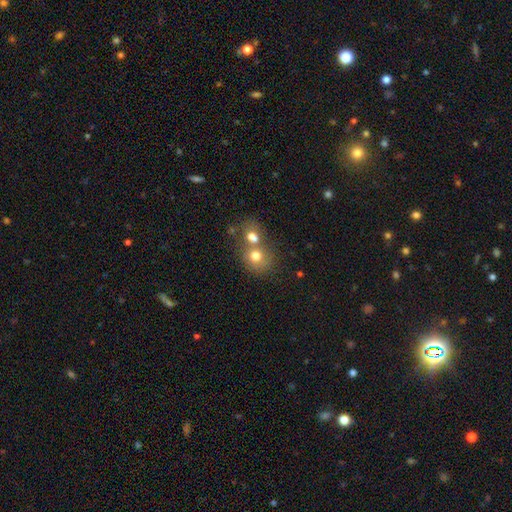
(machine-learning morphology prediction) smooth-or-featured: smooth: 71% | featured or disk: 18% | star or artifact: 12%
  how-rounded: round: 72% | in between: 27% | cigar-shaped: 1%
  merging: merger: 53% | none: 34% | minor disturbance: 8% | major disturbance: 4%